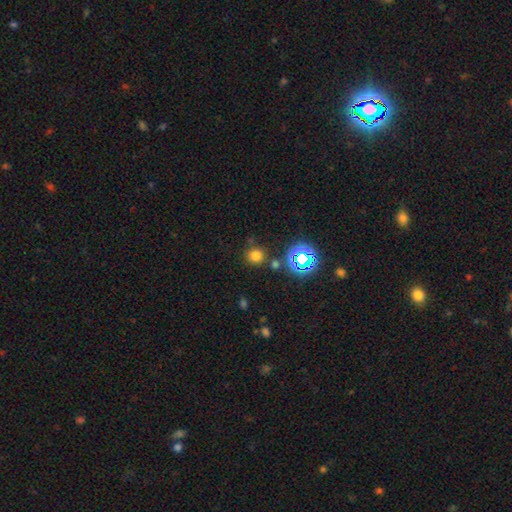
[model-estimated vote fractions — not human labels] This is likely a smooth galaxy (71%). How rounded: clearly round (90%). Merging: clearly none (80%).